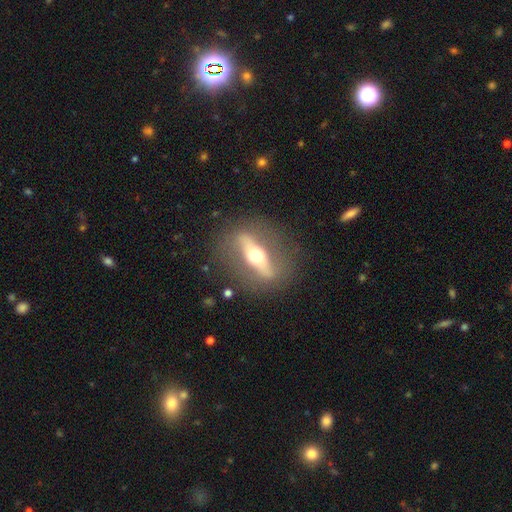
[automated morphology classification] smooth_or_featured: featured or disk (p=0.75) [alt: smooth p=0.19]
disk_edge_on: yes (p=0.59) [alt: no p=0.41]
merging: none (p=0.81) [alt: minor disturbance p=0.10]